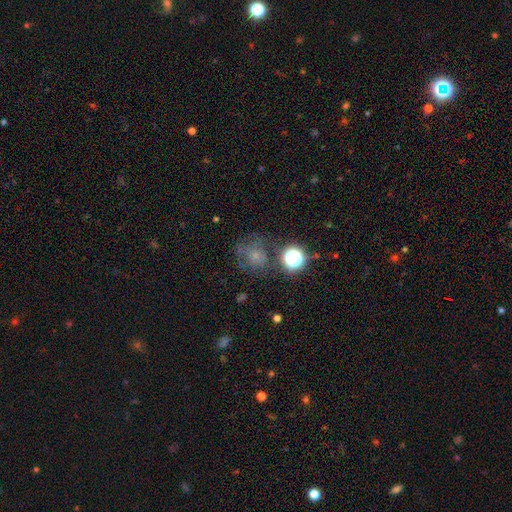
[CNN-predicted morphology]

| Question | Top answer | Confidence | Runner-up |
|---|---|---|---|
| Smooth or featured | smooth | 51% | star or artifact (25%) |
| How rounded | round | 80% | in between (19%) |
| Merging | none | 54% | minor disturbance (20%) |